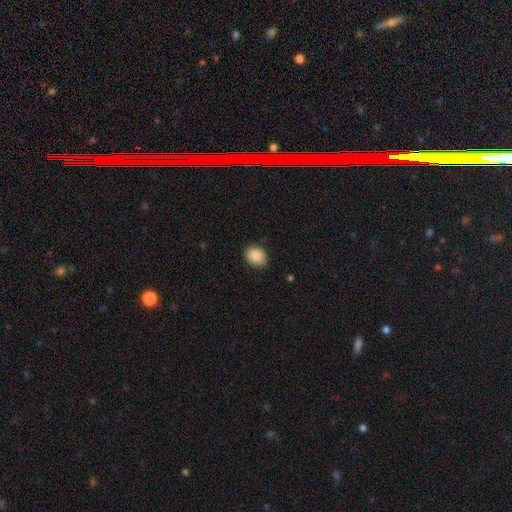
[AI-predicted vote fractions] Overall: smooth (88%). How rounded: in between (53%; round 46%). Merging: none (84%).